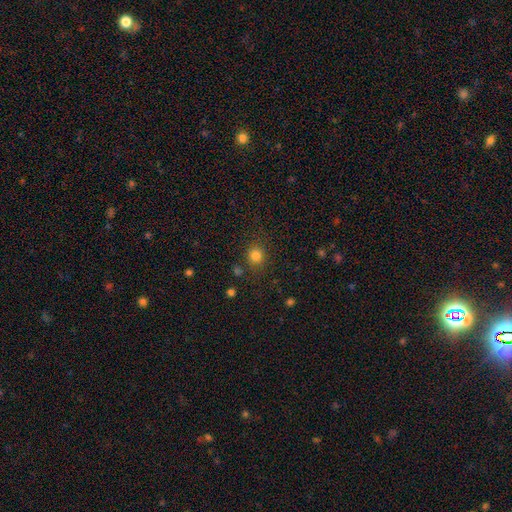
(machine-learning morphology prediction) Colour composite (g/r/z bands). It shows a smooth galaxy with no disk features (81%) that is round (84%). Merging: none (82%).